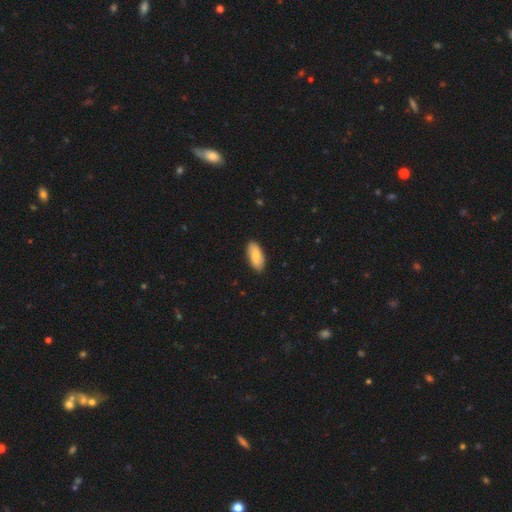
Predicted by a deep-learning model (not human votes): A smooth galaxy with no disk features (84%) that is in between round and cigar-shaped (88%).

Vote fractions:
- Smooth or featured? smooth: 84% / featured or disk: 11% / star or artifact: 5%
- How rounded? in between: 88% / cigar-shaped: 10% / round: 2%
- Merging? none: 88% / minor disturbance: 10% / major disturbance: 2% / merger: 1%